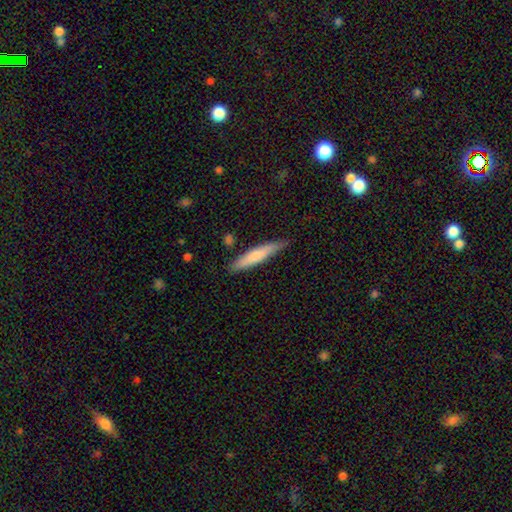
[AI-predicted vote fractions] A smooth galaxy with no disk features (67%) that is cigar-shaped (90%). Merging: none (81%).